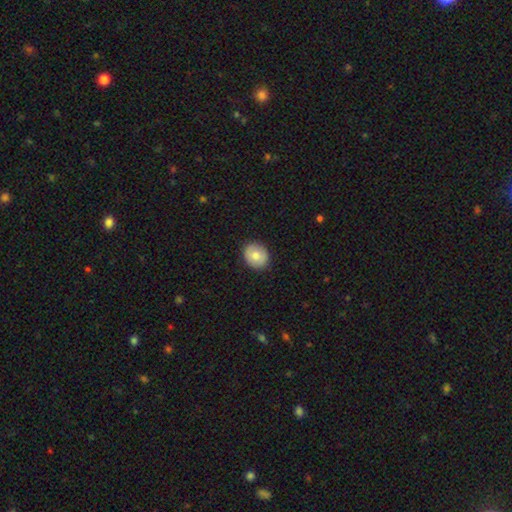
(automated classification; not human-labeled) smooth_or_featured: smooth (p=0.78) [alt: featured or disk p=0.15]
how_rounded: round (p=0.67) [alt: in between p=0.32]
merging: none (p=0.89) [alt: minor disturbance p=0.08]